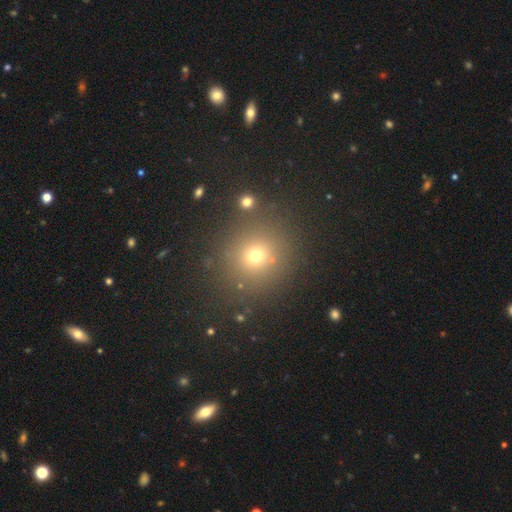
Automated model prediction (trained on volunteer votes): Overall: smooth (65%; star or artifact 26%). How rounded: round (90%). Merging: none (85%).